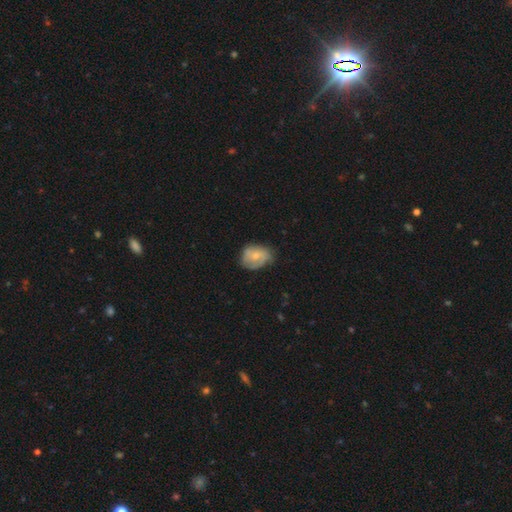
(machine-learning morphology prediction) The model was most divided on "smooth or featured": smooth: 48%, featured or disk: 45%, star or artifact: 7%. More confident: merging — none (52%).